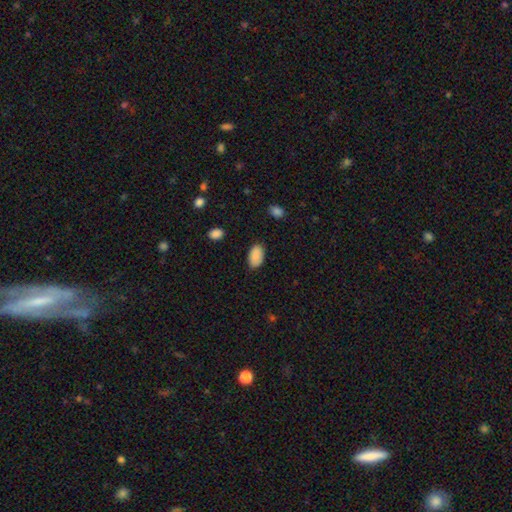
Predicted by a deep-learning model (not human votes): Smooth or featured: smooth — 88% (star or artifact — 7%)
How rounded: in between — 94% (round — 5%)
Merging: none — 85% (minor disturbance — 11%)